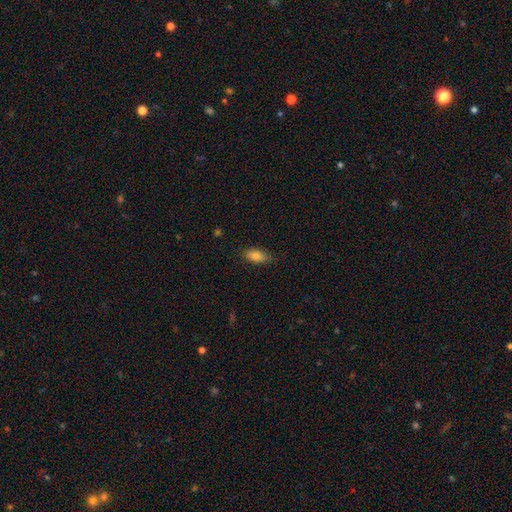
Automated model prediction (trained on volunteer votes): Q: Smooth or featured?
A: smooth (81%); runner-up: featured or disk (11%)
Q: How rounded?
A: in between (85%); runner-up: cigar-shaped (12%)
Q: Merging?
A: none (82%); runner-up: minor disturbance (14%)